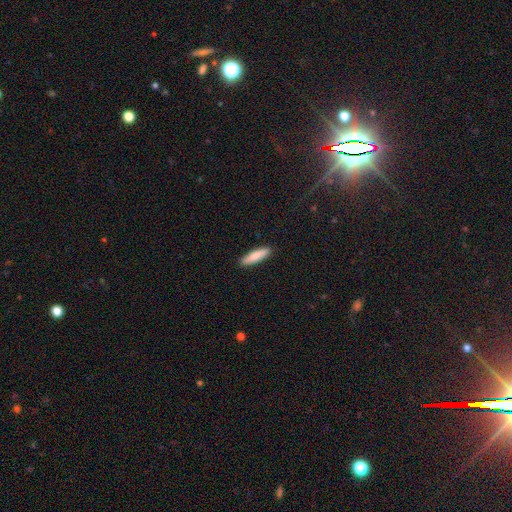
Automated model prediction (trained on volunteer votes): Morphology: type=smooth (85%); roundness=cigar-shaped (75%); merging=none (91%).